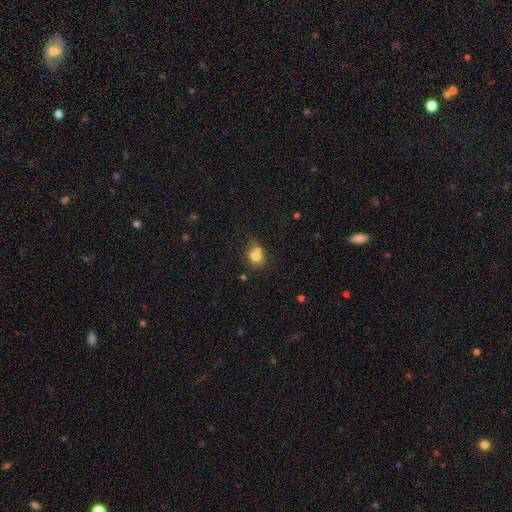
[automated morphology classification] Smooth or featured: smooth — 75% (featured or disk — 14%)
How rounded: round — 71% (in between — 28%)
Merging: none — 40% (merger — 36%)